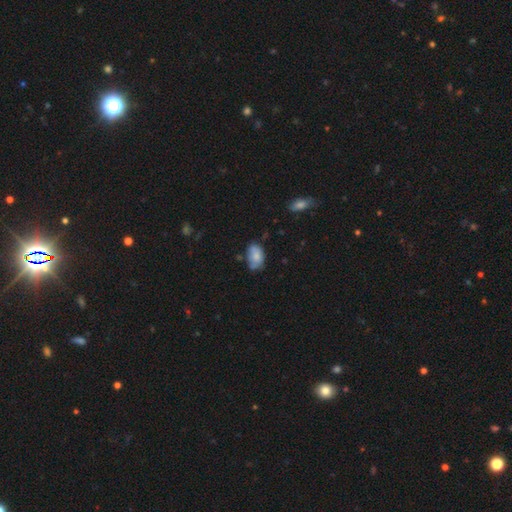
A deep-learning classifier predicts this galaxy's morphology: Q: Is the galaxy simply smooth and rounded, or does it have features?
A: smooth — 77%.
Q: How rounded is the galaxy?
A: in between — 90%.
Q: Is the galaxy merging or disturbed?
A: none — 53%.